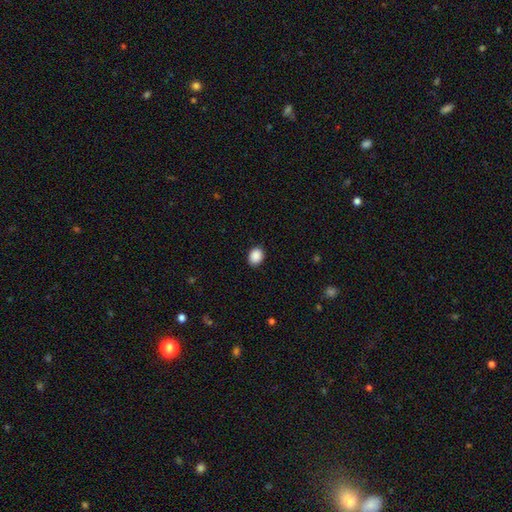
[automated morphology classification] This appears to be a smooth galaxy with no disk features (90%) that is in between round and cigar-shaped (54%). Merging: none (90%).